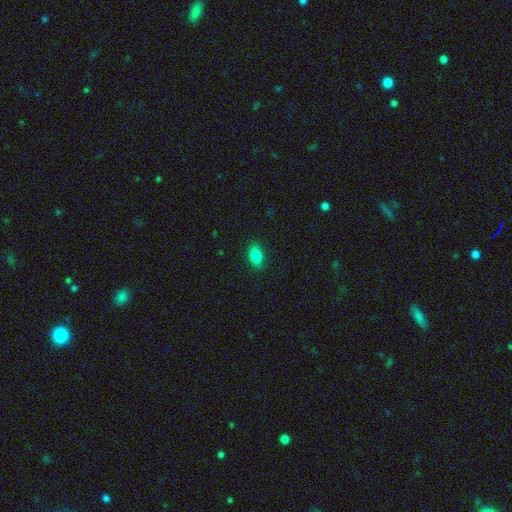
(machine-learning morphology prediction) smooth-or-featured: smooth: 83% | star or artifact: 8% | featured or disk: 8%
  how-rounded: in between: 88% | round: 7% | cigar-shaped: 5%
  merging: none: 89% | minor disturbance: 8% | major disturbance: 2% | merger: 1%